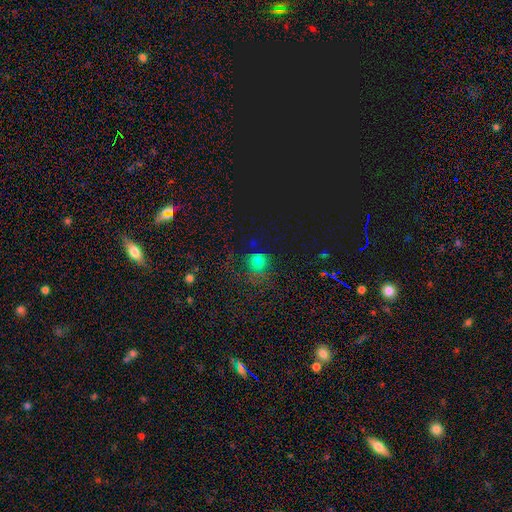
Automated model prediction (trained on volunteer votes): smooth_or_featured: smooth (p=0.49) [alt: star or artifact p=0.41]
merging: none (p=0.66) [alt: minor disturbance p=0.17]